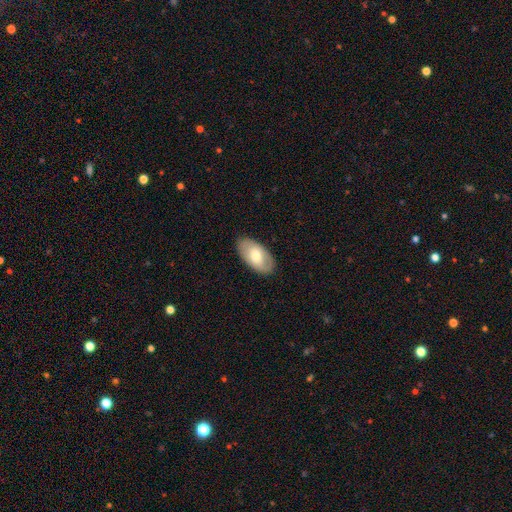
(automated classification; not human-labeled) Q: Smooth or featured?
A: smooth (64%); runner-up: featured or disk (31%)
Q: How rounded?
A: in between (94%); runner-up: round (4%)
Q: Merging?
A: none (85%); runner-up: minor disturbance (11%)